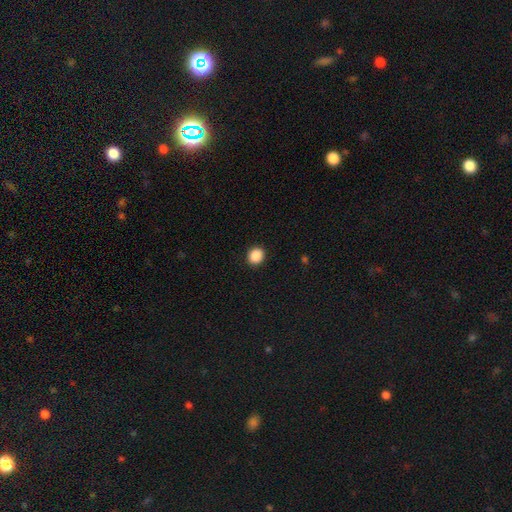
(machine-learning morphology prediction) Smooth or featured? smooth (89%)
How rounded? round (76%)
Merging? none (91%)